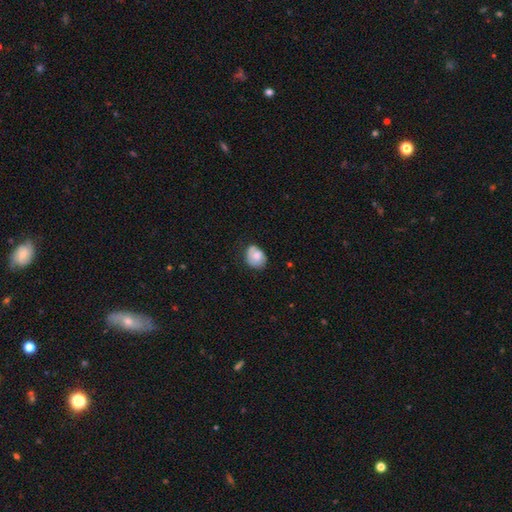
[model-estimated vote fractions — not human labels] A smooth galaxy with no disk features (63%) that is round (53%).

Vote fractions:
- Smooth or featured? smooth: 63% / featured or disk: 29% / star or artifact: 8%
- How rounded? round: 53% / in between: 46% / cigar-shaped: 1%
- Merging? none: 58% / minor disturbance: 30% / major disturbance: 8% / merger: 4%